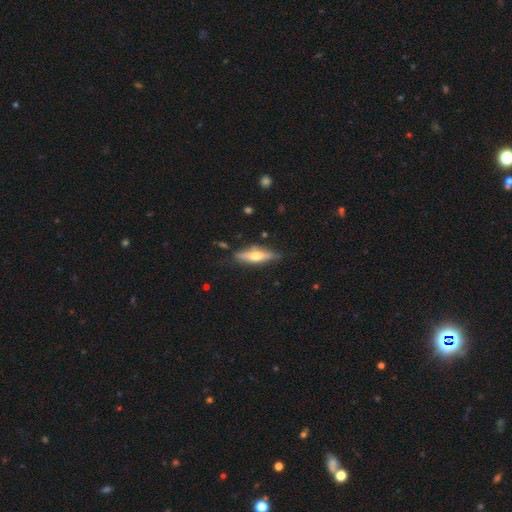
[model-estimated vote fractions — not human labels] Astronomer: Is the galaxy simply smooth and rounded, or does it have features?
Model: featured or disk — 51% (runner-up: smooth, 43%).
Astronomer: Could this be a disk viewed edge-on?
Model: yes — 89%.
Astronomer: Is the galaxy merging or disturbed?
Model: none — 80%.